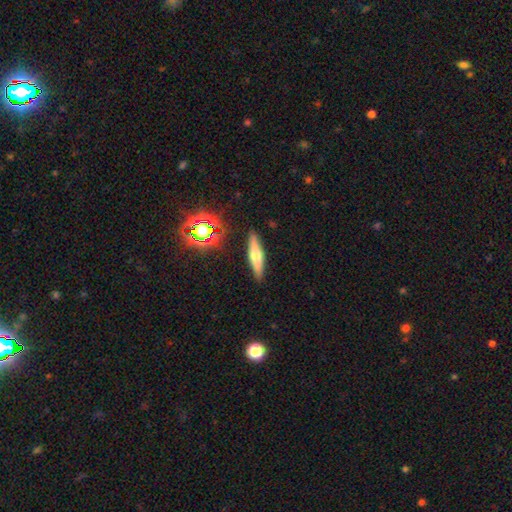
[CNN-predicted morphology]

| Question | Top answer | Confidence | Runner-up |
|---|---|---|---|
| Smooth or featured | featured or disk | 46% | smooth (45%) |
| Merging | none | 89% | minor disturbance (8%) |